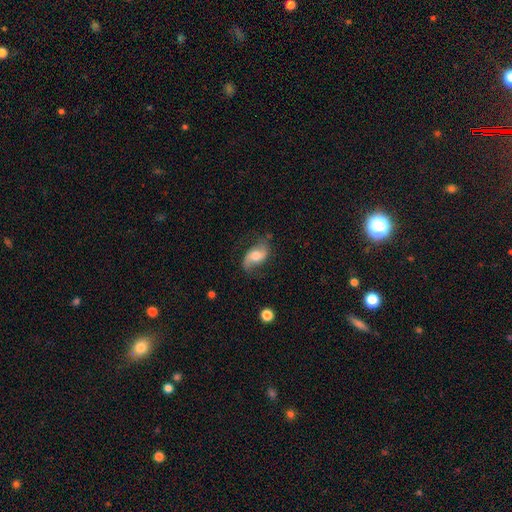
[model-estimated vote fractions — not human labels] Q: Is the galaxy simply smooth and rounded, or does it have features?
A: featured or disk — 64%.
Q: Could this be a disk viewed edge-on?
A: no — 96%.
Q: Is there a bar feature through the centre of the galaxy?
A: no — 56%.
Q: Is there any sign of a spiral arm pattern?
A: yes — 91%.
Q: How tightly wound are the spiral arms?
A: loose — 66%.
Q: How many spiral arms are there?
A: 2 — 87%.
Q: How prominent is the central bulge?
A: moderate — 57%.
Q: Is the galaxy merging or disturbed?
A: none — 64%.